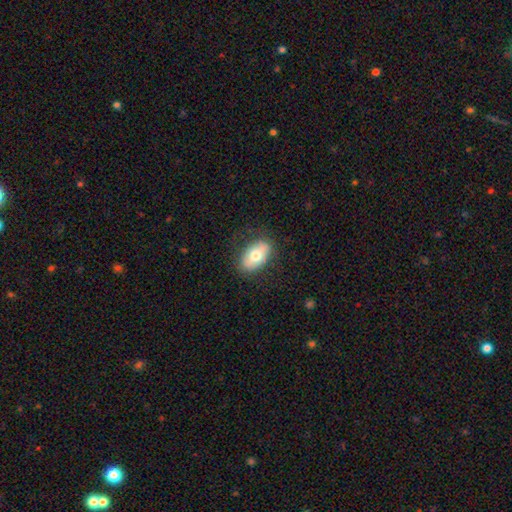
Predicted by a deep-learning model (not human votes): A smooth galaxy with no disk features (66%) that is in between round and cigar-shaped (91%).

Vote fractions:
- Smooth or featured? smooth: 66% / featured or disk: 28% / star or artifact: 6%
- How rounded? in between: 91% / round: 6% / cigar-shaped: 3%
- Merging? none: 80% / minor disturbance: 15% / major disturbance: 4% / merger: 1%